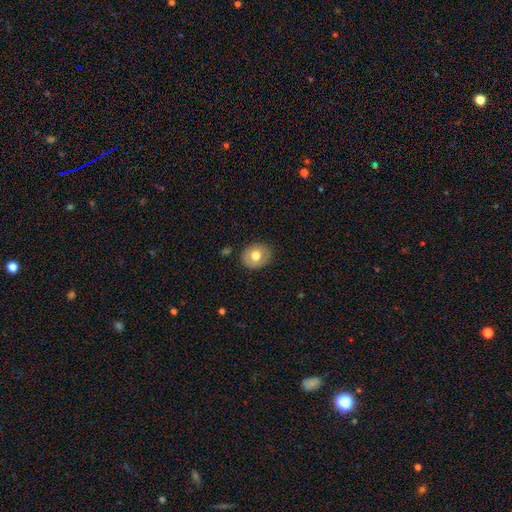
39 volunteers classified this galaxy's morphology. This appears to be a smooth galaxy with no disk features (54%) that is round (62%). Merging: none (95%).